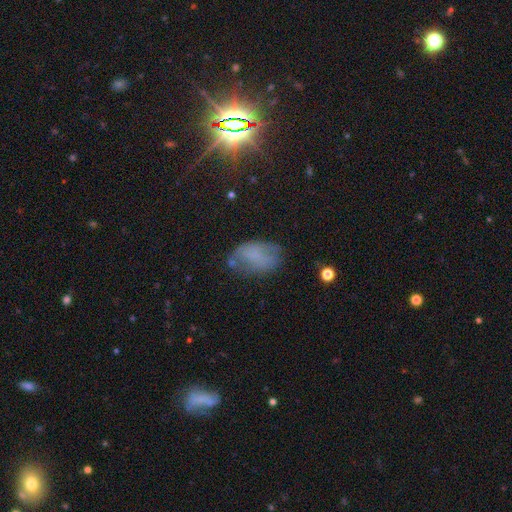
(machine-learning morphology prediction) The model was most divided on "merging": none: 51%, minor disturbance: 29%, major disturbance: 15%, merger: 4%. More confident: how rounded — in between (90%); smooth or featured — smooth (59%).